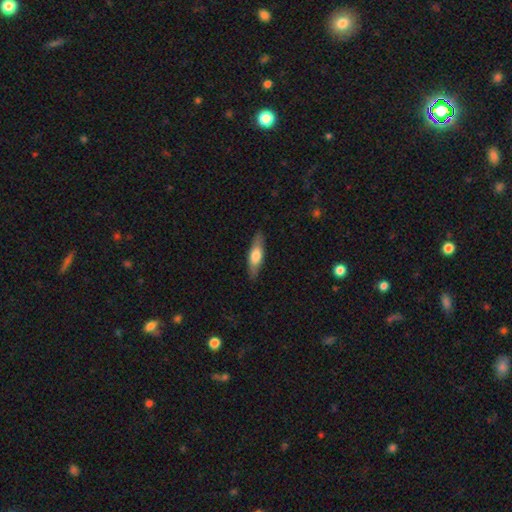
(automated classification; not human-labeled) The model was most divided on "how rounded": cigar-shaped: 55%, in between: 42%, round: 2%. More confident: merging — none (86%); smooth or featured — smooth (58%).